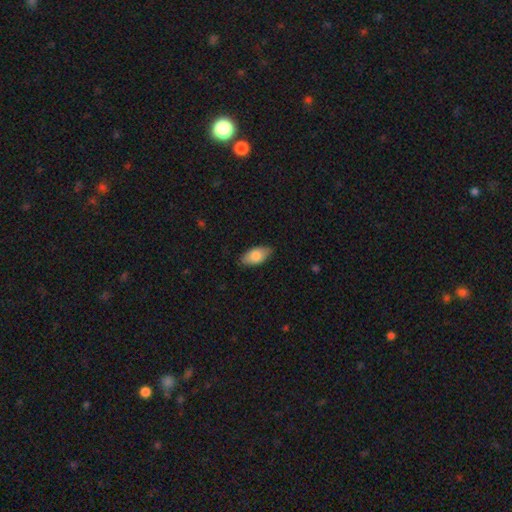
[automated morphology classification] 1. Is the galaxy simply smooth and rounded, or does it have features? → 82% smooth, 12% featured or disk, 6% star or artifact.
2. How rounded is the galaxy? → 92% in between, 5% cigar-shaped, 3% round.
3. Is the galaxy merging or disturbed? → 82% none, 15% minor disturbance, 3% major disturbance, 1% merger.